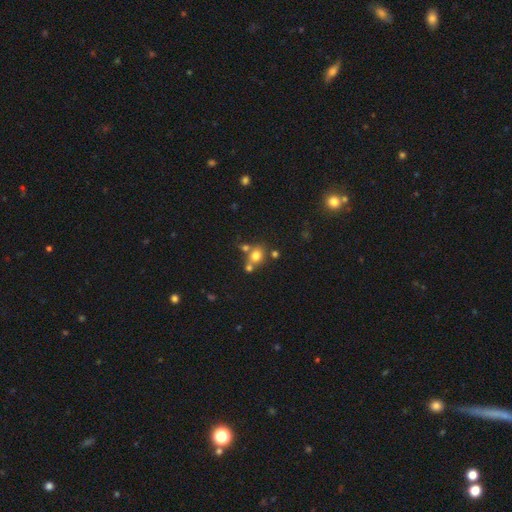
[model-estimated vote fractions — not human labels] Overall: smooth (74%). How rounded: round (65%; in between 33%). Merging: none (54%; merger 30%).